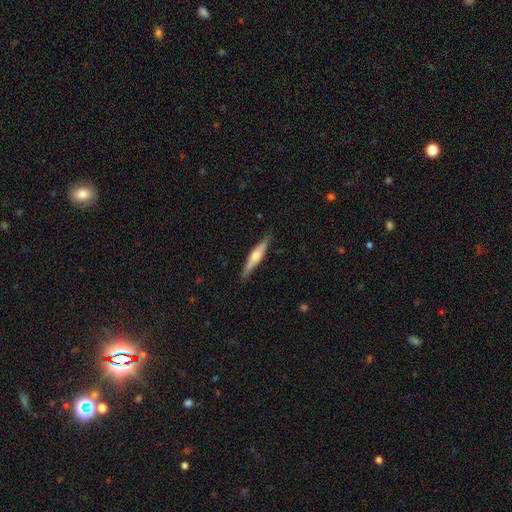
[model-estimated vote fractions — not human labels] smooth_or_featured: featured or disk (p=0.53) [alt: smooth p=0.42]
disk_edge_on: yes (p=0.94) [alt: no p=0.06]
merging: none (p=0.86) [alt: minor disturbance p=0.11]